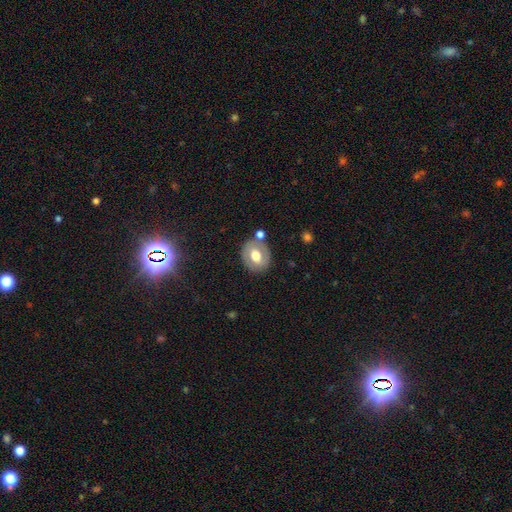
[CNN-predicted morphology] This appears to be a smooth galaxy with no disk features (56%) that is round (57%). Merging: none (74%).